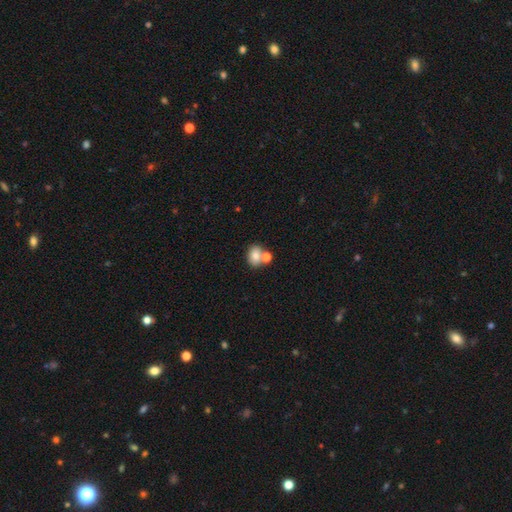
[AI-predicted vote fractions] Smooth or featured: smooth — 80% (star or artifact — 10%)
How rounded: in between — 62% (round — 37%)
Merging: none — 52% (merger — 34%)